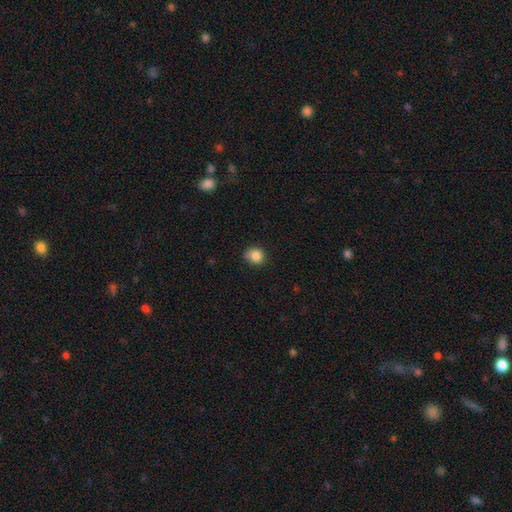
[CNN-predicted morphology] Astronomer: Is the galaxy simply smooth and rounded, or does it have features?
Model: smooth — 85%.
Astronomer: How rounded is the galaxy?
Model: round — 72%.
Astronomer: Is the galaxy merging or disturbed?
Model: none — 71%.